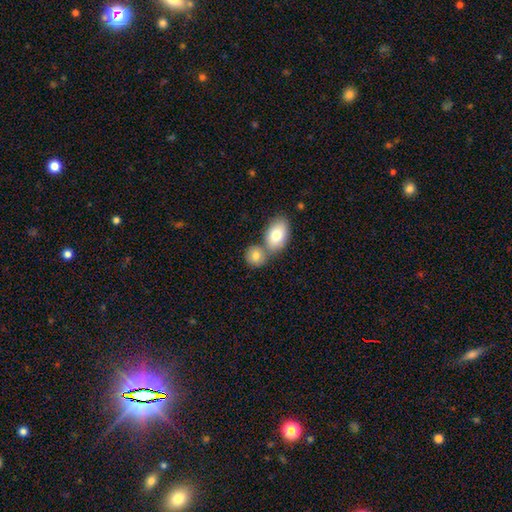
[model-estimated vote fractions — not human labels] Smooth or featured?
  - smooth: 80% *
  - featured or disk: 12%
  - star or artifact: 8%
How rounded?
  - round: 59% *
  - in between: 40%
  - cigar-shaped: 2%
Merging?
  - merger: 47% *
  - none: 42%
  - minor disturbance: 8%
  - major disturbance: 3%